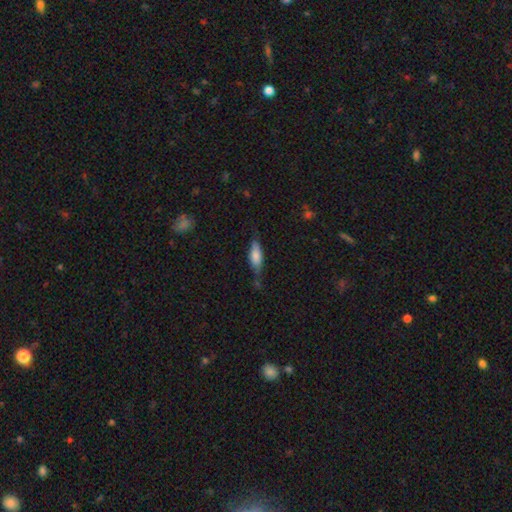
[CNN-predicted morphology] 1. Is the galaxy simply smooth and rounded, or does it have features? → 71% smooth, 22% featured or disk, 7% star or artifact.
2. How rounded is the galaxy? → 61% in between, 37% cigar-shaped, 2% round.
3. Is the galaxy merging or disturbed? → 55% none, 31% minor disturbance, 9% major disturbance, 5% merger.